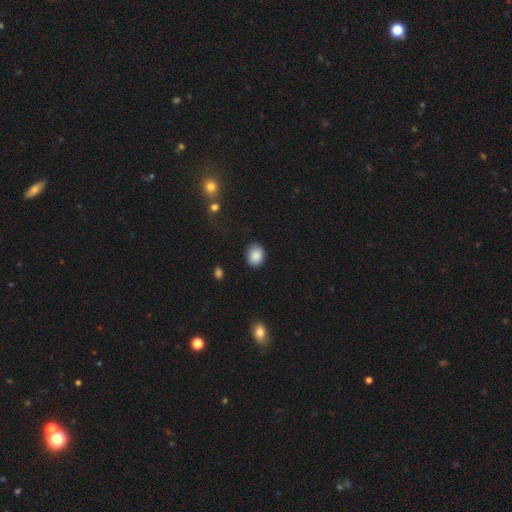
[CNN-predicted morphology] Smooth or featured?
  - smooth: 88% *
  - star or artifact: 8%
  - featured or disk: 4%
How rounded?
  - round: 59% *
  - in between: 40%
  - cigar-shaped: 1%
Merging?
  - none: 87% *
  - minor disturbance: 10%
  - major disturbance: 2%
  - merger: 1%